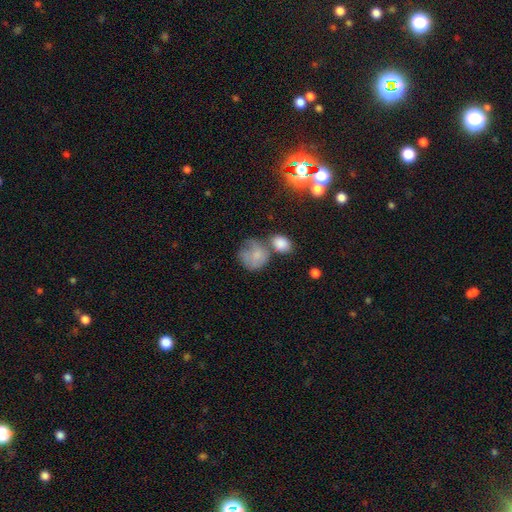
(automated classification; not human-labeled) Smooth or featured? Predicted: smooth (p=0.73). How rounded? Predicted: round (p=0.67). Merging? Predicted: none (p=0.31).